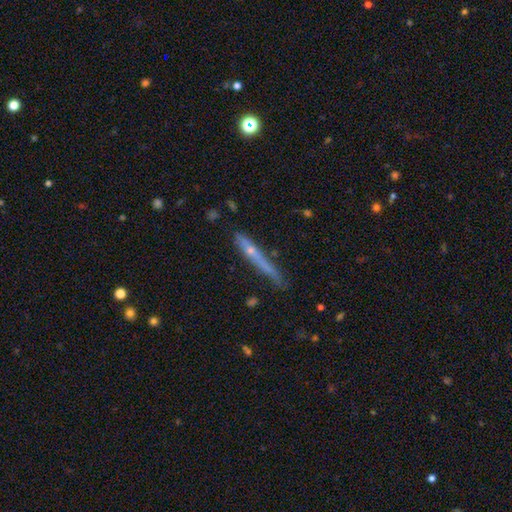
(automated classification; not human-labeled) Smooth or featured? Predicted: featured or disk (p=0.54). Edge-on disk? Predicted: yes (p=0.93). Edge-on bulge? Predicted: none (p=0.48). Merging? Predicted: none (p=0.67).